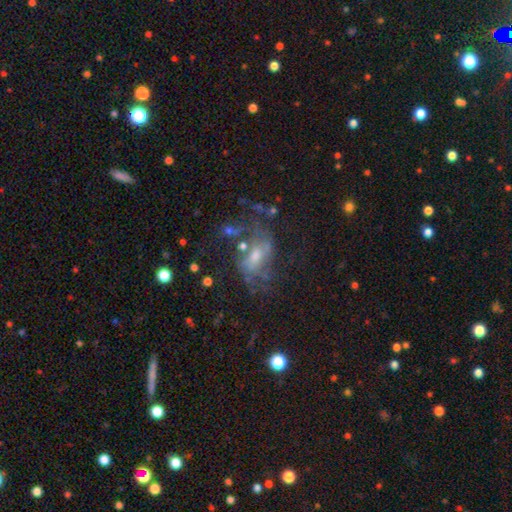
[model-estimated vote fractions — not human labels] smooth-or-featured: featured or disk: 64% | smooth: 21% | star or artifact: 15%
  disk-edge-on: no: 95% | yes: 5%
    bar: no: 50% | weak: 40% | strong: 11%
    has-spiral-arms: yes: 67% | no: 33%
    bulge-size: moderate: 48% | small: 38% | none: 6% | large: 6% | dominant: 2%
  merging: none: 44% | major disturbance: 29% | minor disturbance: 19% | merger: 8%